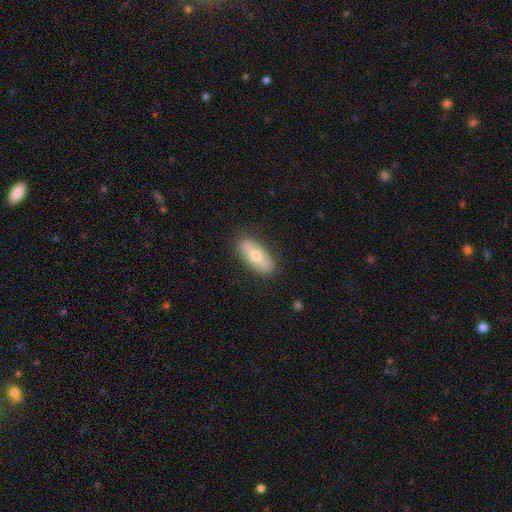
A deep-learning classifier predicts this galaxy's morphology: Smooth or featured?
  - smooth: 64% *
  - featured or disk: 29%
  - star or artifact: 6%
How rounded?
  - in between: 78% *
  - cigar-shaped: 19%
  - round: 3%
Merging?
  - none: 87% *
  - minor disturbance: 10%
  - major disturbance: 2%
  - merger: 1%